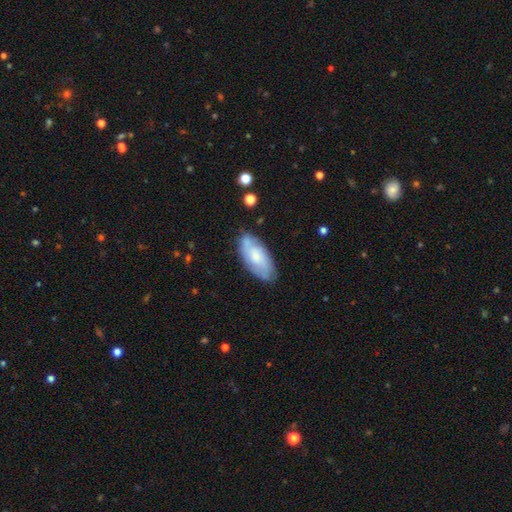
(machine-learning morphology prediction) smooth_or_featured: smooth (p=0.54) [alt: featured or disk p=0.39]
how_rounded: in between (p=0.88) [alt: cigar-shaped p=0.10]
merging: none (p=0.72) [alt: minor disturbance p=0.20]